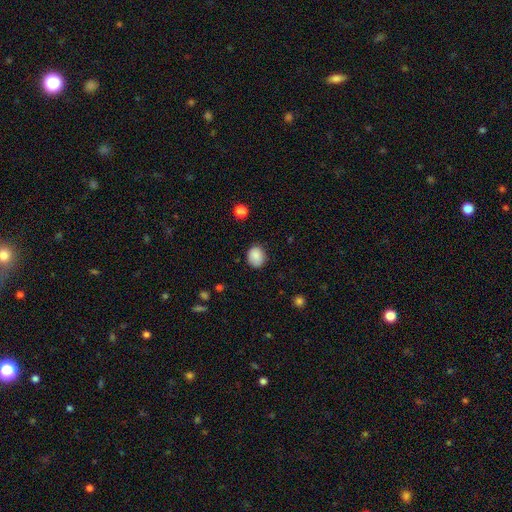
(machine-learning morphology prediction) smooth_or_featured: smooth (p=0.87) [alt: star or artifact p=0.08]
how_rounded: round (p=0.59) [alt: in between p=0.40]
merging: none (p=0.81) [alt: minor disturbance p=0.15]